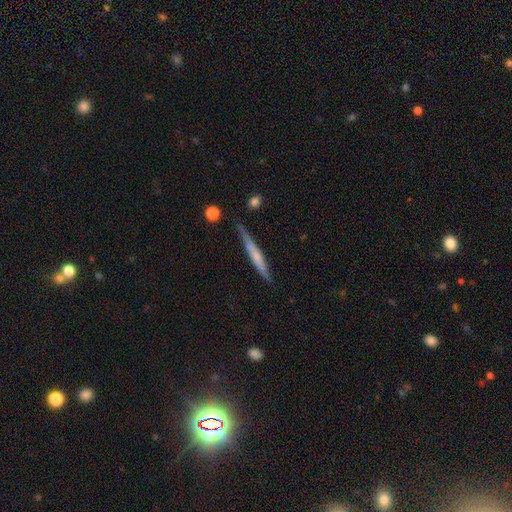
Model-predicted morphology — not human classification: type=featured or disk (50%); edge-on=yes (95%); merging=none (79%).